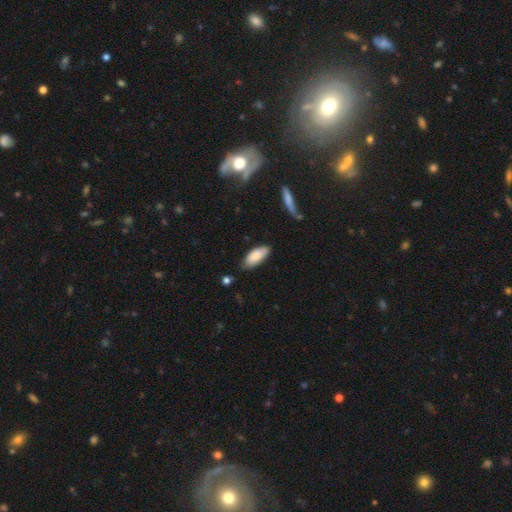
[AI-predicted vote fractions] smooth 83%, featured or disk 11%, star or artifact 6%. Down the decision tree: how rounded — in between (84%); merging — none (70%).